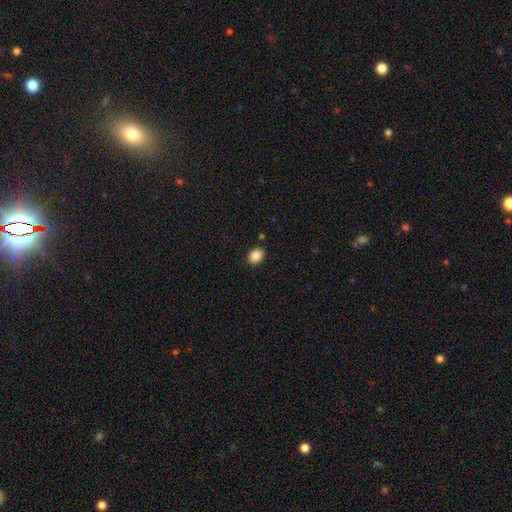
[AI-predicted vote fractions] smooth 88%, star or artifact 9%, featured or disk 4%. Down the decision tree: how rounded — in between (64%); merging — none (89%).